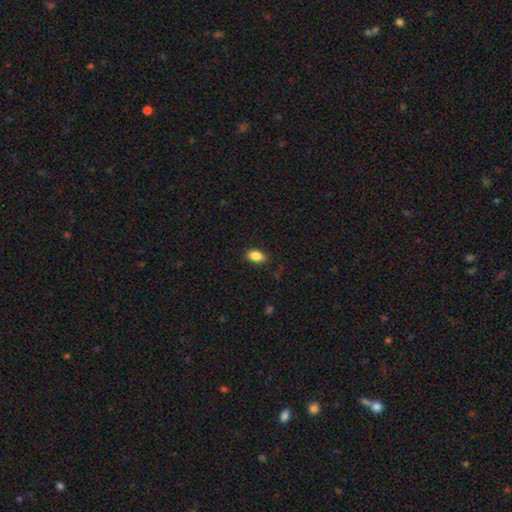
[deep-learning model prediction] smooth_or_featured: smooth (p=0.86) [alt: star or artifact p=0.09]
how_rounded: in between (p=0.84) [alt: round p=0.15]
merging: none (p=0.86) [alt: minor disturbance p=0.11]